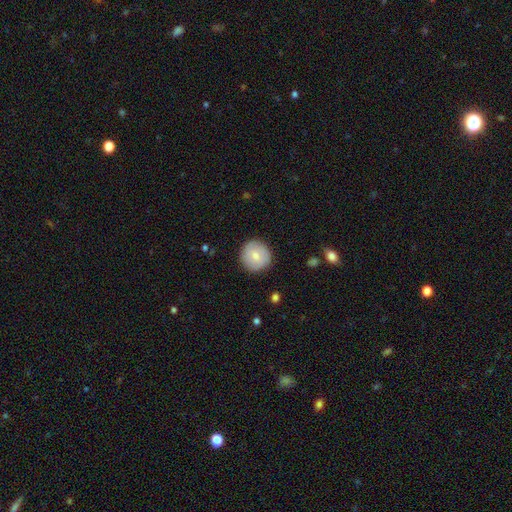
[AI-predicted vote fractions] The model was most divided on "smooth or featured": smooth: 71%, featured or disk: 22%, star or artifact: 7%. More confident: how rounded — round (94%); merging — none (87%).